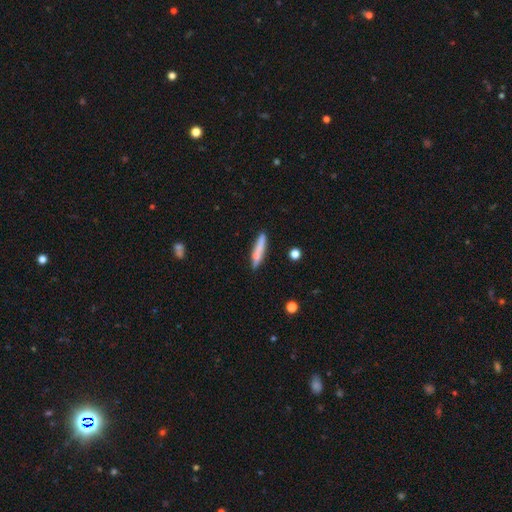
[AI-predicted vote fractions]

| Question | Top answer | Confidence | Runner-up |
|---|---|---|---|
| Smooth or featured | smooth | 59% | featured or disk (34%) |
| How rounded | cigar-shaped | 89% | in between (9%) |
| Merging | none | 77% | minor disturbance (16%) |